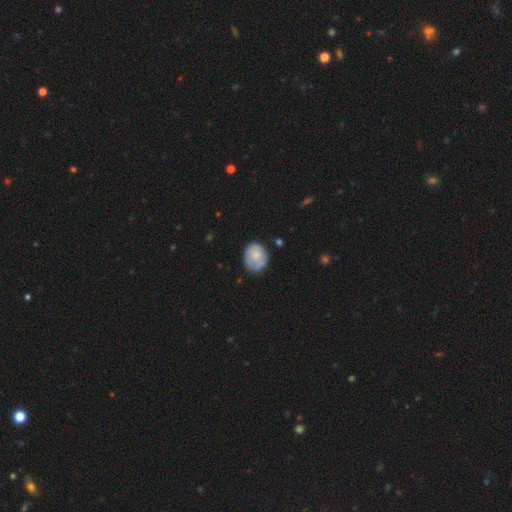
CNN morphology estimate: Overall: smooth (72%). How rounded: round (65%; in between 34%). Merging: none (60%; minor disturbance 30%).